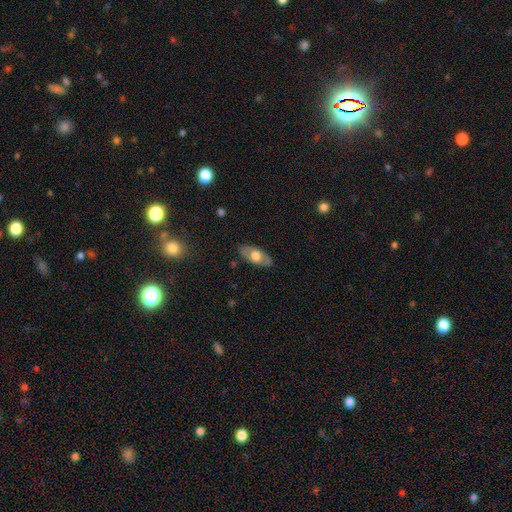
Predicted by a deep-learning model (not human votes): smooth-or-featured: smooth: 52% | featured or disk: 43% | star or artifact: 6%
  how-rounded: in between: 87% | cigar-shaped: 8% | round: 5%
  merging: none: 82% | minor disturbance: 13% | major disturbance: 3% | merger: 1%